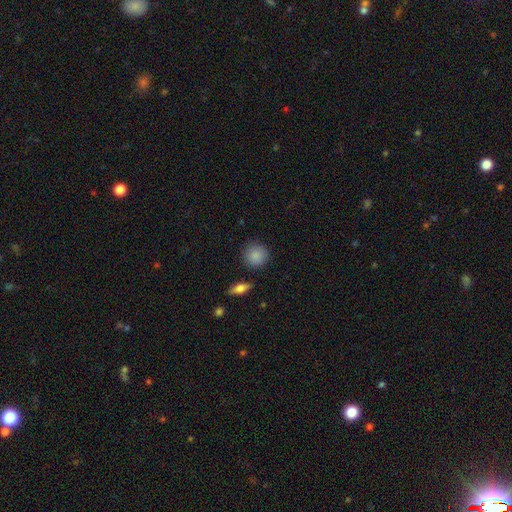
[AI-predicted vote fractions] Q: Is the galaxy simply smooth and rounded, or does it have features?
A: smooth — 86%.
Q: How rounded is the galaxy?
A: round — 91%.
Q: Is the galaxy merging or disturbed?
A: none — 87%.